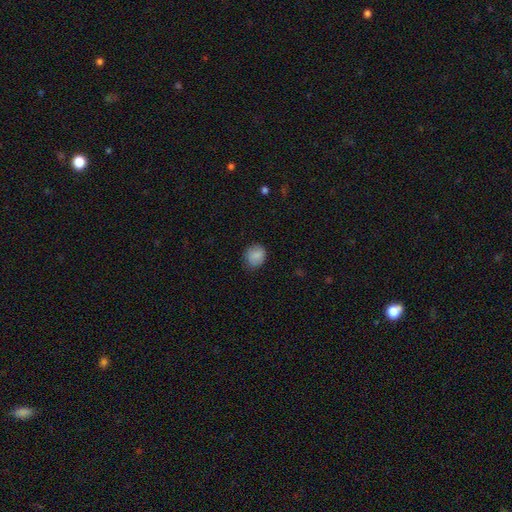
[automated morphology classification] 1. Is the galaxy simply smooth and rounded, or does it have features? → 85% smooth, 8% star or artifact, 7% featured or disk.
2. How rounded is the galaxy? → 73% round, 26% in between, 1% cigar-shaped.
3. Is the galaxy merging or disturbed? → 80% none, 15% minor disturbance, 3% major disturbance, 1% merger.